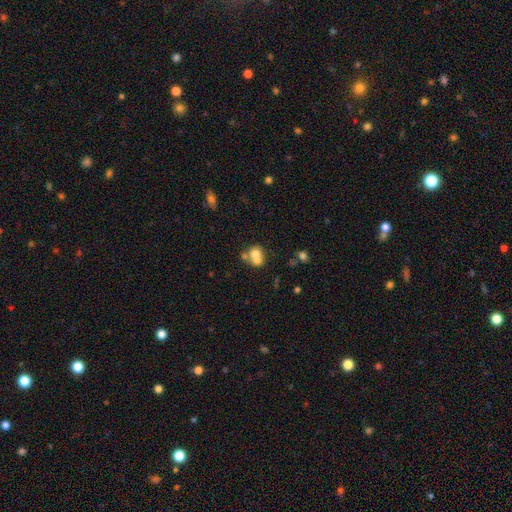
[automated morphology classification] smooth_or_featured: smooth (p=0.66) [alt: featured or disk p=0.23]
how_rounded: round (p=0.60) [alt: in between p=0.38]
merging: merger (p=0.61) [alt: none p=0.27]